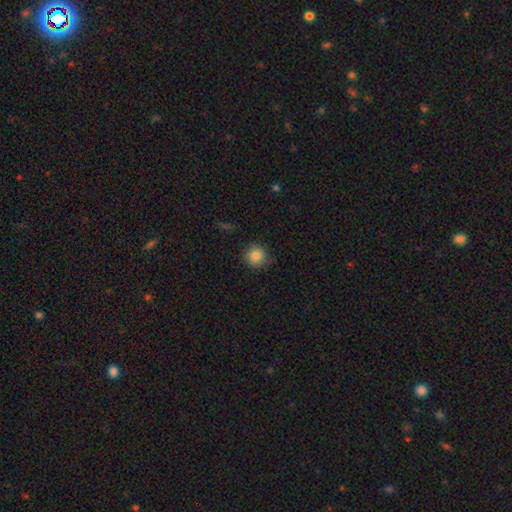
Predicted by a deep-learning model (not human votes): Morphology: type=smooth (85%); roundness=round (94%); merging=none (85%).